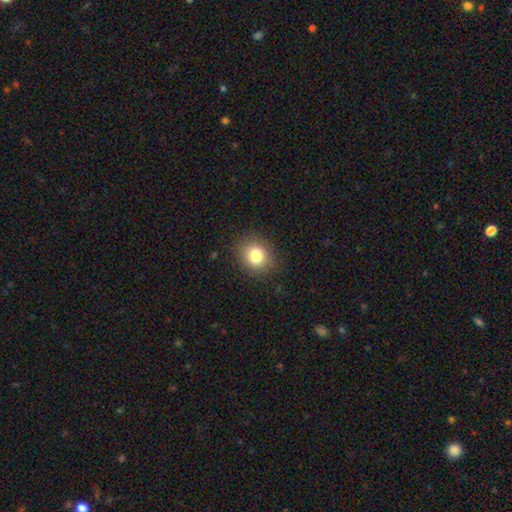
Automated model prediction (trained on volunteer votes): A smooth galaxy with no disk features (81%) that is round (65%).

Vote fractions:
- Smooth or featured? smooth: 81% / star or artifact: 11% / featured or disk: 8%
- How rounded? round: 65% / in between: 34% / cigar-shaped: 1%
- Merging? none: 87% / minor disturbance: 9% / major disturbance: 3% / merger: 1%